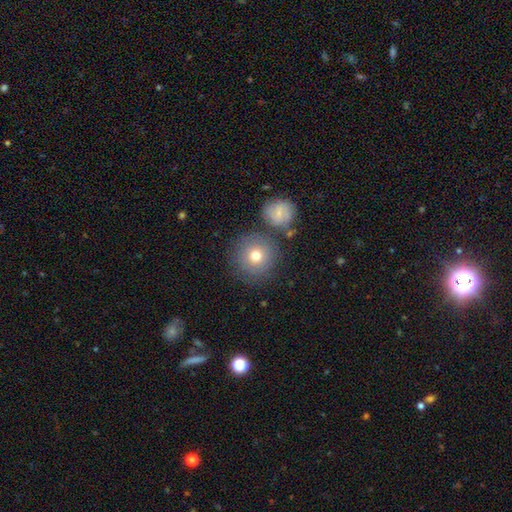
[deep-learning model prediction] Smooth or featured?
  - smooth: 74% *
  - featured or disk: 16%
  - star or artifact: 10%
How rounded?
  - round: 94% *
  - in between: 5%
  - cigar-shaped: 1%
Merging?
  - none: 77% *
  - minor disturbance: 10%
  - merger: 9%
  - major disturbance: 4%